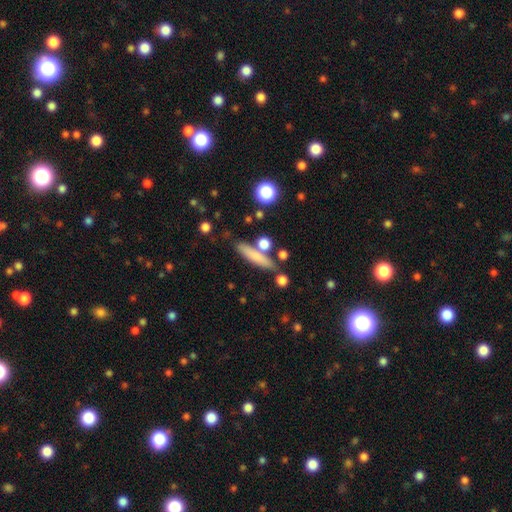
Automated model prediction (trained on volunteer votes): A smooth galaxy with no disk features (72%) that is cigar-shaped (82%).

Vote fractions:
- Smooth or featured? smooth: 72% / featured or disk: 20% / star or artifact: 8%
- How rounded? cigar-shaped: 82% / in between: 14% / round: 4%
- Merging? none: 75% / minor disturbance: 12% / merger: 10% / major disturbance: 4%